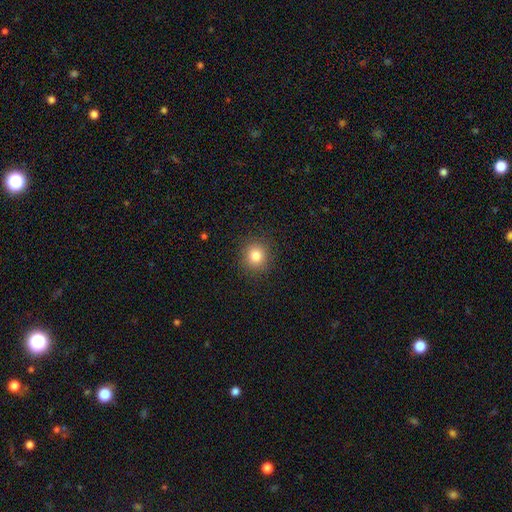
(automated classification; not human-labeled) Smooth or featured?
  - smooth: 82% *
  - star or artifact: 12%
  - featured or disk: 6%
How rounded?
  - round: 91% *
  - in between: 9%
  - cigar-shaped: 1%
Merging?
  - none: 91% *
  - minor disturbance: 6%
  - major disturbance: 2%
  - merger: 1%